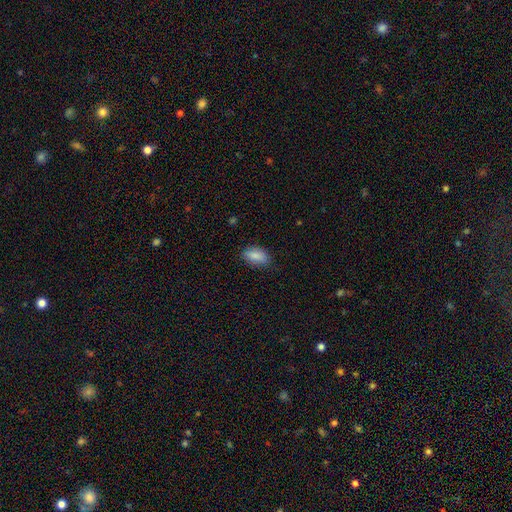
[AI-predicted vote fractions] Q: Smooth or featured?
A: smooth (86%); runner-up: star or artifact (7%)
Q: How rounded?
A: in between (91%); runner-up: round (5%)
Q: Merging?
A: none (78%); runner-up: minor disturbance (17%)